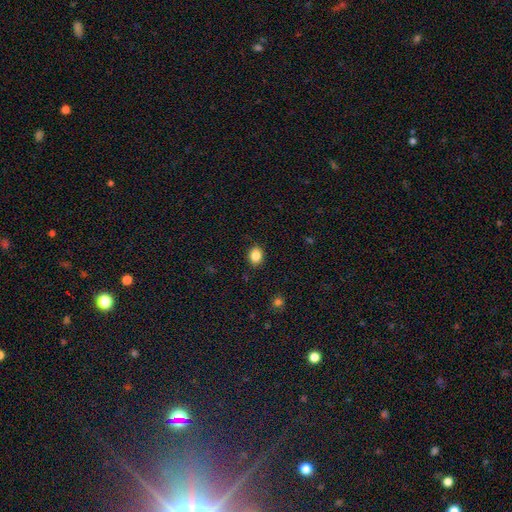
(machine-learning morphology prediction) Smooth or featured: smooth — 86% (star or artifact — 10%)
How rounded: in between — 51% (round — 48%)
Merging: none — 88% (minor disturbance — 9%)